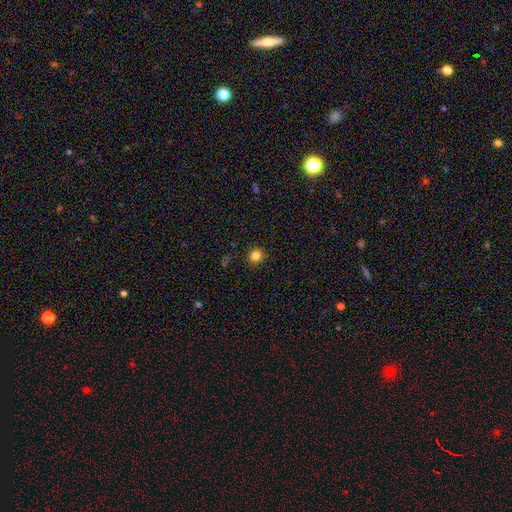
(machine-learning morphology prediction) Smooth or featured? Predicted: smooth (p=0.83). How rounded? Predicted: round (p=0.92). Merging? Predicted: none (p=0.89).